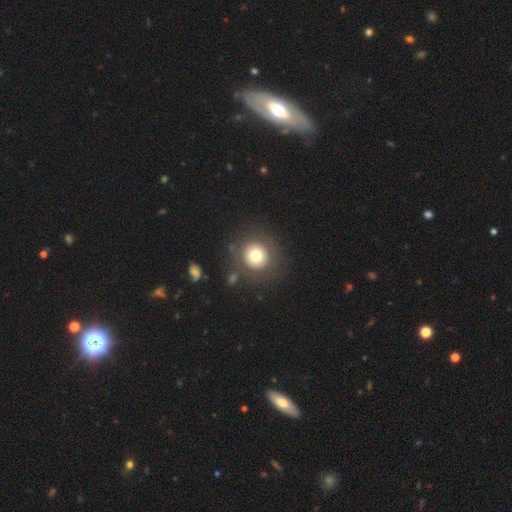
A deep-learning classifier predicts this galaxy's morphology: smooth_or_featured: smooth (p=0.72) [alt: featured or disk p=0.17]
how_rounded: round (p=0.93) [alt: in between p=0.06]
merging: none (p=0.82) [alt: minor disturbance p=0.09]